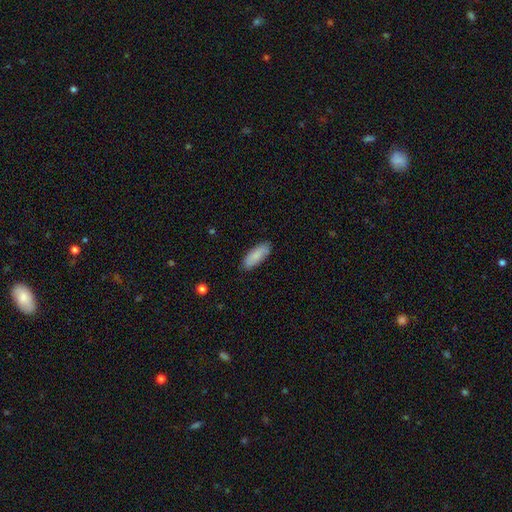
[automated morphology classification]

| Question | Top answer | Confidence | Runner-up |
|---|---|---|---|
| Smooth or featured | smooth | 83% | featured or disk (11%) |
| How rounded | in between | 75% | cigar-shaped (23%) |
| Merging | none | 83% | minor disturbance (13%) |